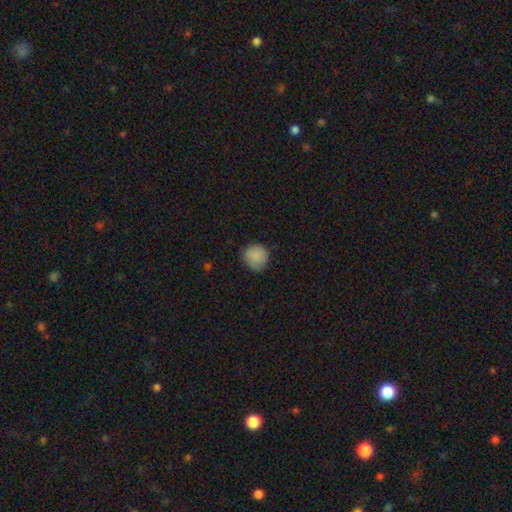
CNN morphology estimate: This appears to be a smooth galaxy with no disk features (87%) that is round (92%). Merging: none (84%).